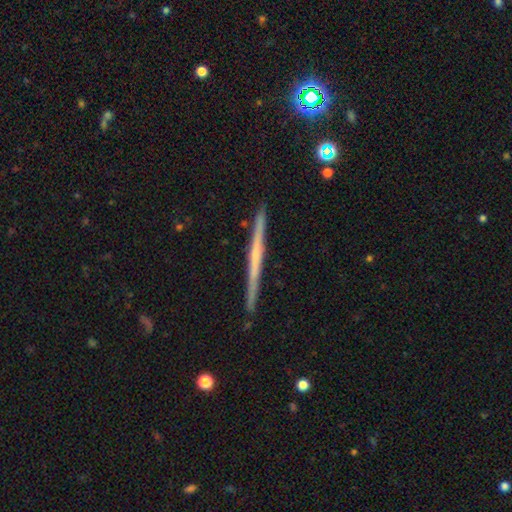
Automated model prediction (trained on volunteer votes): smooth-or-featured: featured or disk: 65% | smooth: 29% | star or artifact: 6%
  disk-edge-on: yes: 98% | no: 2%
    edge-on-bulge: none: 77% | rounded: 16% | boxy: 6%
  merging: none: 92% | minor disturbance: 6% | major disturbance: 1% | merger: 1%